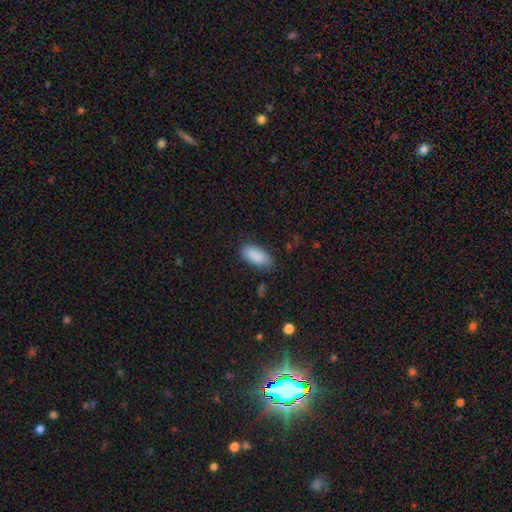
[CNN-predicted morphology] Smooth or featured: smooth — 89% (star or artifact — 7%)
How rounded: in between — 91% (cigar-shaped — 7%)
Merging: none — 76% (minor disturbance — 19%)